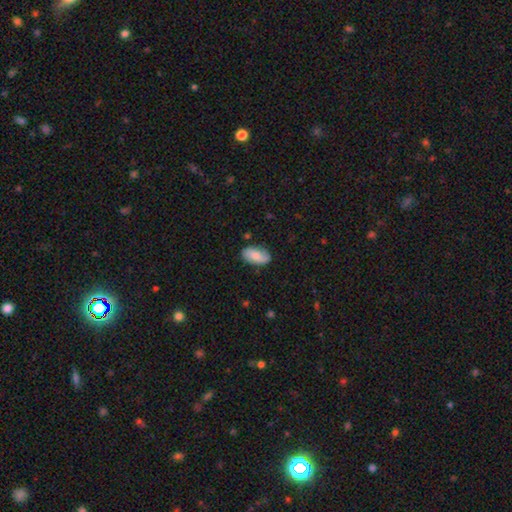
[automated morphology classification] Q: Smooth or featured?
A: smooth (65%); runner-up: featured or disk (28%)
Q: How rounded?
A: in between (94%); runner-up: round (4%)
Q: Merging?
A: none (77%); runner-up: minor disturbance (18%)